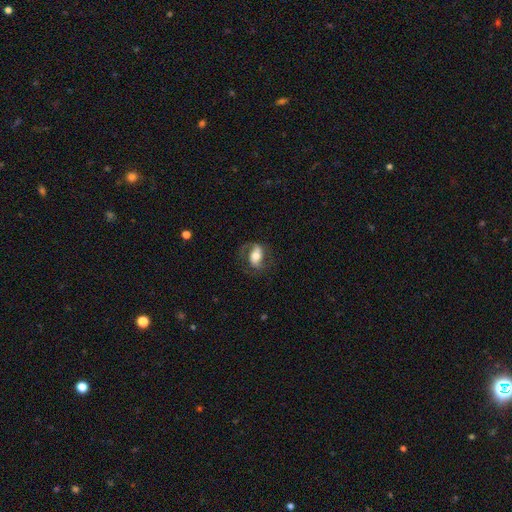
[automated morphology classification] Overall: featured or disk (56%; smooth 37%). Edge-on disk: no (93%). Bar: strong (35%; no 34%). Spiral arms: yes (79%). Bulge size: moderate (51%; large 29%). Merging: none (62%).